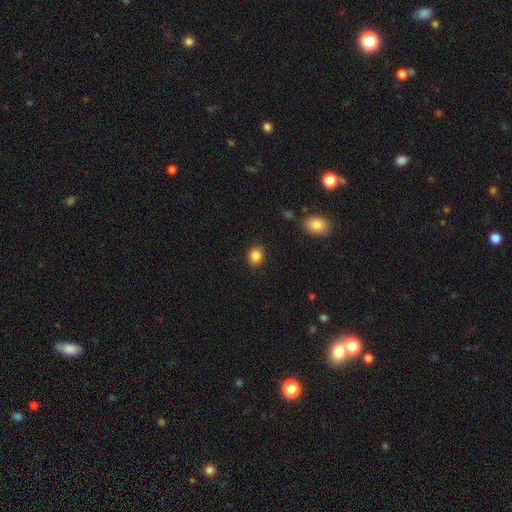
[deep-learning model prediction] A smooth galaxy with no disk features (86%) that is round (68%).

Vote fractions:
- Smooth or featured? smooth: 86% / star or artifact: 10% / featured or disk: 4%
- How rounded? round: 68% / in between: 31% / cigar-shaped: 1%
- Merging? none: 88% / minor disturbance: 9% / major disturbance: 2% / merger: 1%